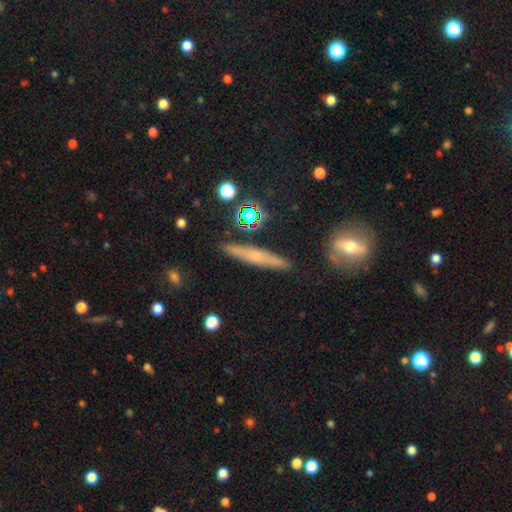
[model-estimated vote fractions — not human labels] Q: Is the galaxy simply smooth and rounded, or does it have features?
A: smooth — 45%.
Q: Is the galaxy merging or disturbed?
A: none — 86%.